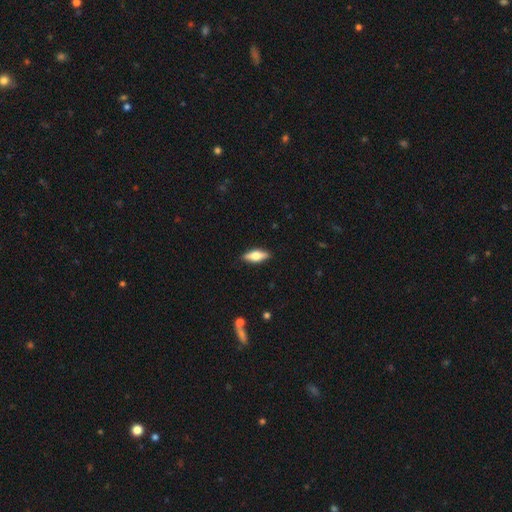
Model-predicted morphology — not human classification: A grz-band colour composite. It shows a smooth galaxy with no disk features (60%) that is in between round and cigar-shaped (66%). Merging: none (88%).